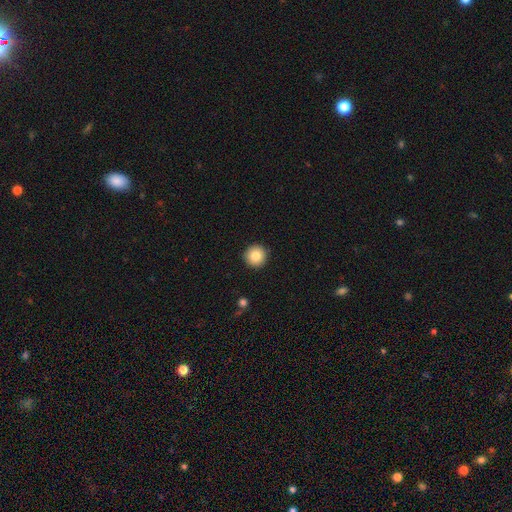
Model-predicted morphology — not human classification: This appears to be a smooth galaxy with no disk features (84%) that is round (96%). Merging: none (92%).